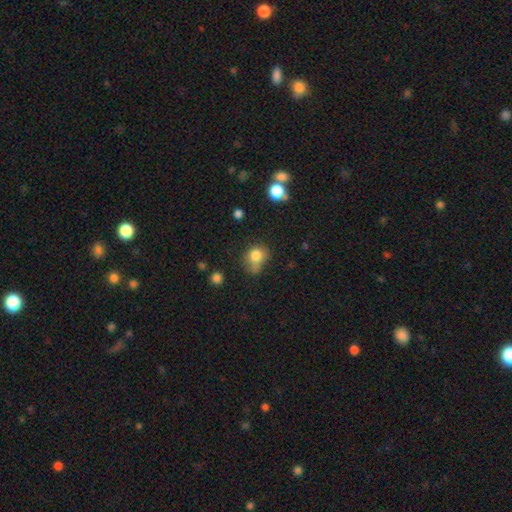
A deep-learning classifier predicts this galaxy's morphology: Overall: smooth (78%). How rounded: round (61%; in between 38%). Merging: none (40%; minor disturbance 32%).